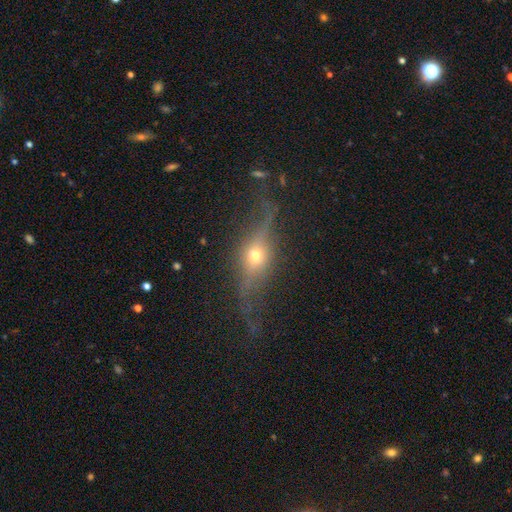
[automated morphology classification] A featured or disk galaxy (63%) viewed edge-on (77%).

Vote fractions:
- Smooth or featured? featured or disk: 63% / smooth: 24% / star or artifact: 14%
- Edge-on disk? yes: 77% / no: 23%
- Merging? none: 65% / minor disturbance: 18% / major disturbance: 14% / merger: 3%